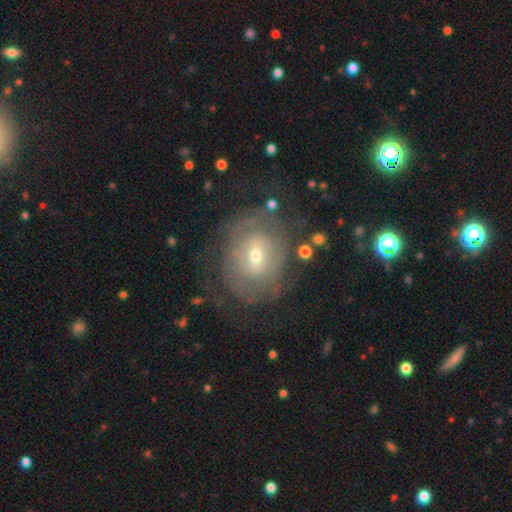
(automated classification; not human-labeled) Q: Smooth or featured?
A: featured or disk (73%); runner-up: smooth (19%)
Q: Edge-on disk?
A: no (96%); runner-up: yes (4%)
Q: Bar?
A: weak (43%); runner-up: no (42%)
Q: Spiral arms?
A: yes (72%); runner-up: no (28%)
Q: Spiral winding?
A: tight (69%); runner-up: medium (22%)
Q: Spiral arm count?
A: can't tell (56%); runner-up: 2 (23%)
Q: Bulge size?
A: small (55%); runner-up: moderate (41%)
Q: Merging?
A: none (67%); runner-up: minor disturbance (18%)